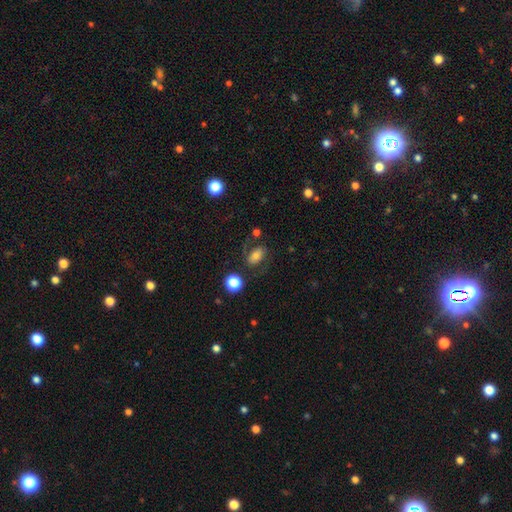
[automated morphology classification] This appears to be a smooth galaxy with no disk features (62%) that is in between round and cigar-shaped (82%). Merging: none (63%).